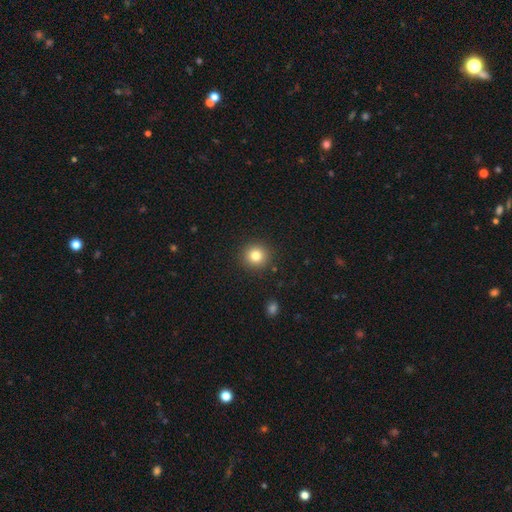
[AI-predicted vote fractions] smooth_or_featured: smooth (p=0.81) [alt: star or artifact p=0.11]
how_rounded: round (p=0.93) [alt: in between p=0.06]
merging: none (p=0.91) [alt: minor disturbance p=0.06]